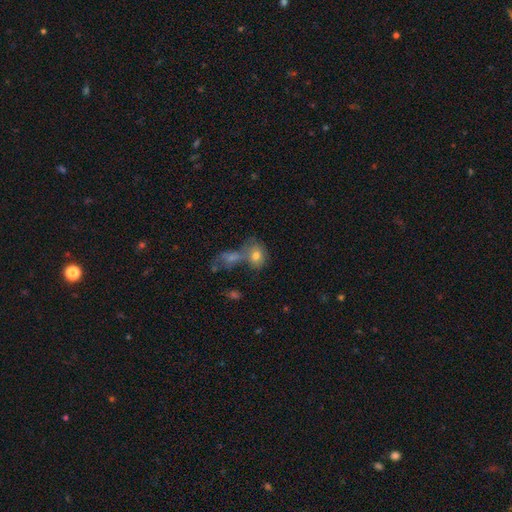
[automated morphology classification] A smooth galaxy with no disk features (74%) that is in between round and cigar-shaped (53%). Merging: merger (43%).